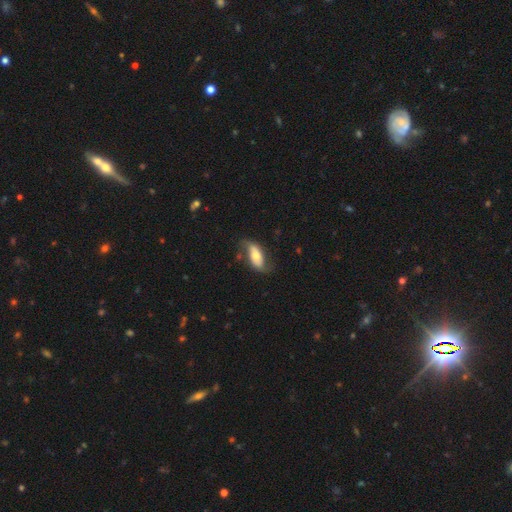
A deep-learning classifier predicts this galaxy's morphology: This appears to be a featured or disk galaxy (51%). Merging: none (61%).